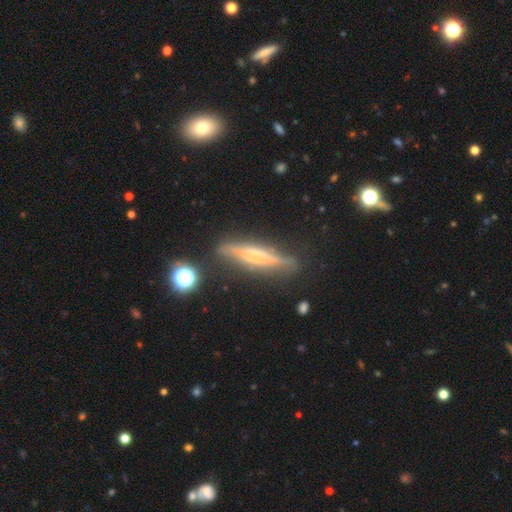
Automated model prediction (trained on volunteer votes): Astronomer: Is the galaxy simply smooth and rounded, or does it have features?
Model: featured or disk — 66%.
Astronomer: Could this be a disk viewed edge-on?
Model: yes — 93%.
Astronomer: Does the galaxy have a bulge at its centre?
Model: rounded — 38% (runner-up: none, 37%).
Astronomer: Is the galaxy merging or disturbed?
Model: none — 78%.